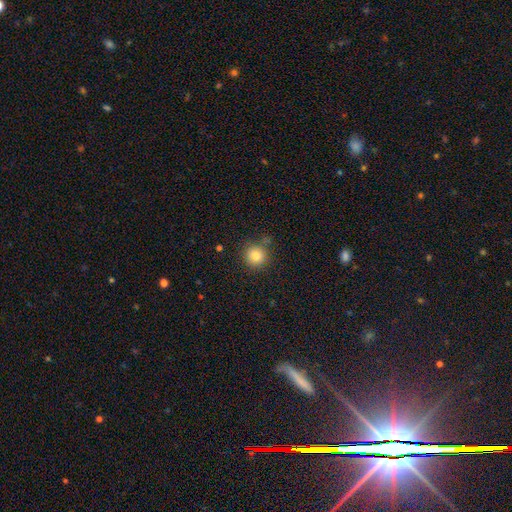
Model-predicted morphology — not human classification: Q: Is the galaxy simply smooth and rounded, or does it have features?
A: smooth — 83%.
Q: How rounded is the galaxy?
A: round — 94%.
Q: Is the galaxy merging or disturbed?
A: none — 80%.